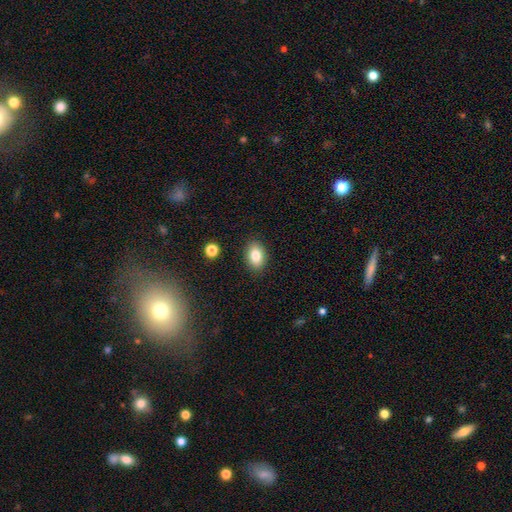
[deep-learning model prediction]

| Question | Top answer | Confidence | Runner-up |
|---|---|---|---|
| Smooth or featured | smooth | 83% | featured or disk (9%) |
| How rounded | in between | 85% | round (14%) |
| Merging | none | 88% | minor disturbance (9%) |